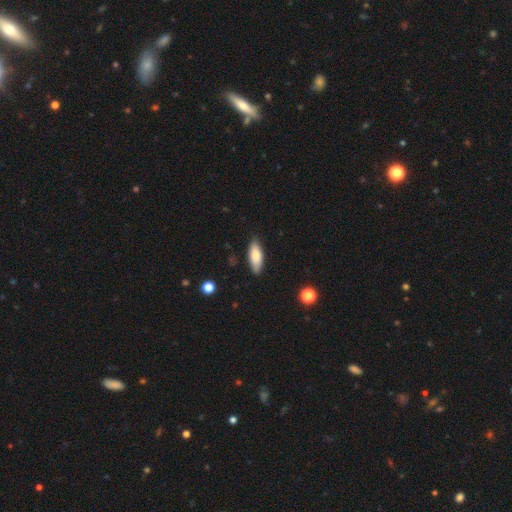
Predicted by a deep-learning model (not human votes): Smooth or featured? Predicted: smooth (p=0.79). How rounded? Predicted: in between (p=0.70). Merging? Predicted: none (p=0.84).